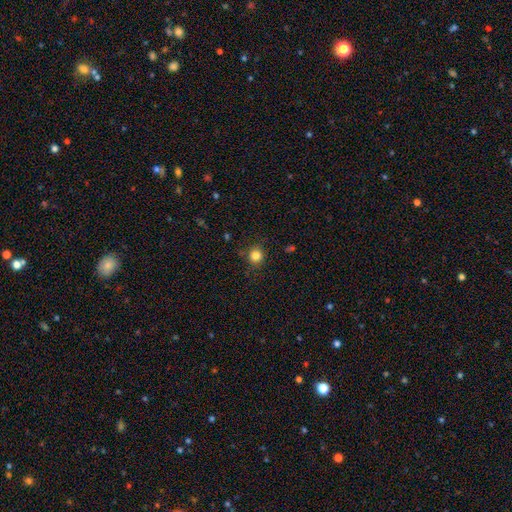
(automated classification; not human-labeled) Smooth or featured: smooth — 83% (star or artifact — 12%)
How rounded: round — 91% (in between — 8%)
Merging: none — 86% (minor disturbance — 10%)